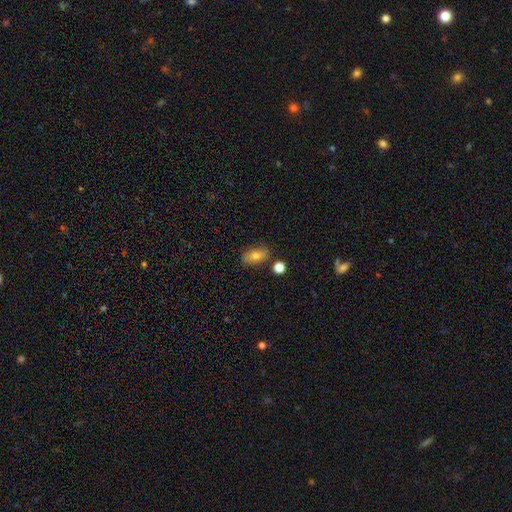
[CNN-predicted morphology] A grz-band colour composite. It shows a smooth galaxy with no disk features (71%) that is in between round and cigar-shaped (85%). Merging: none (76%).